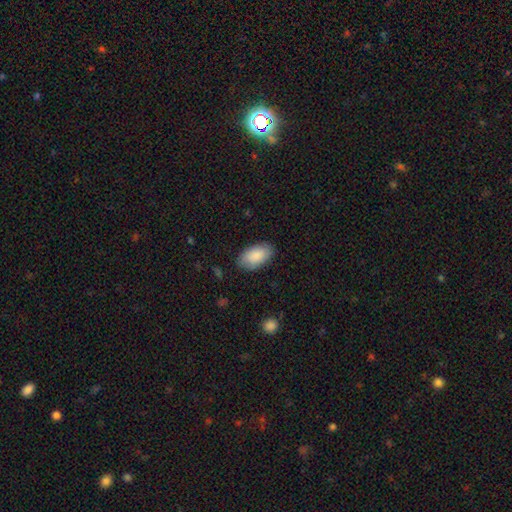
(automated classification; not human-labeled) A smooth galaxy with no disk features (88%) that is in between round and cigar-shaped (95%). Merging: none (85%).